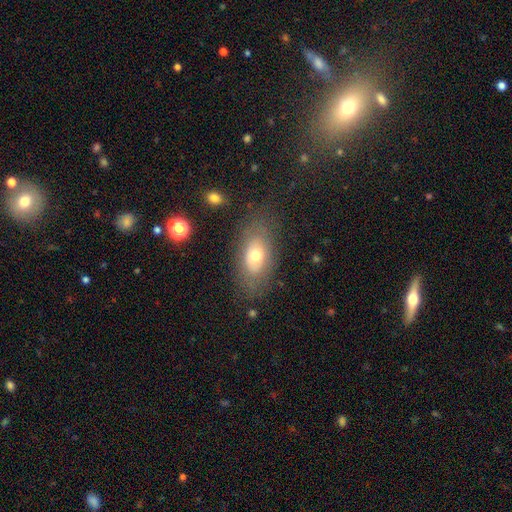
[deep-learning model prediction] Smooth or featured?
  - smooth: 55% *
  - featured or disk: 35%
  - star or artifact: 9%
How rounded?
  - in between: 87% *
  - round: 8%
  - cigar-shaped: 5%
Merging?
  - none: 73% *
  - minor disturbance: 17%
  - major disturbance: 8%
  - merger: 2%